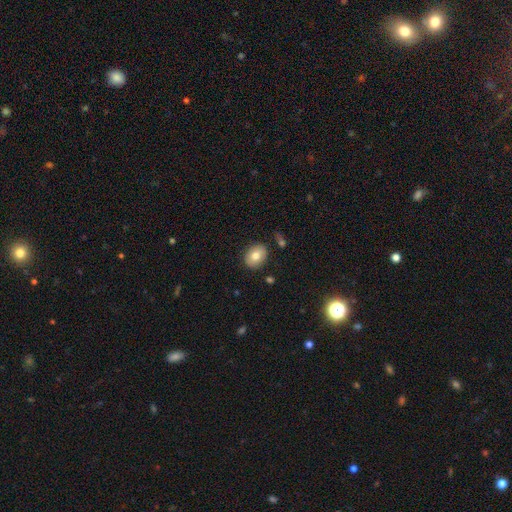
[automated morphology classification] Smooth or featured?
  - smooth: 77% *
  - featured or disk: 15%
  - star or artifact: 8%
How rounded?
  - in between: 58% *
  - round: 42%
  - cigar-shaped: 1%
Merging?
  - none: 85% *
  - minor disturbance: 10%
  - merger: 3%
  - major disturbance: 3%